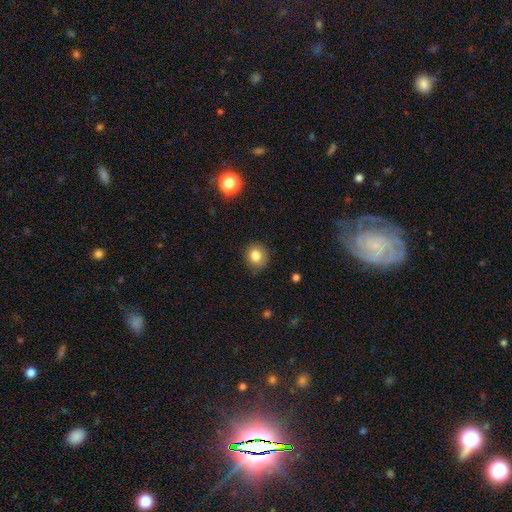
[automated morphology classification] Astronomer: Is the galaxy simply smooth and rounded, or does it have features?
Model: smooth — 82%.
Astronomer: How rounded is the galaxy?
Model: round — 78%.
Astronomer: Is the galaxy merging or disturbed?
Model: none — 82%.